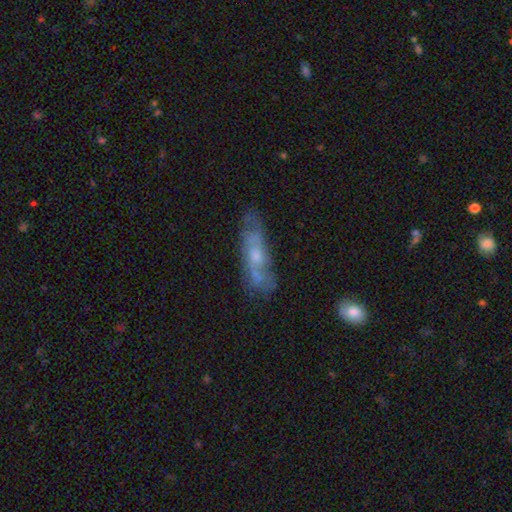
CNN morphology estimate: Smooth or featured: featured or disk — 58% (smooth — 34%)
Edge-on disk: no — 71% (yes — 29%)
Merging: none — 58% (minor disturbance — 25%)